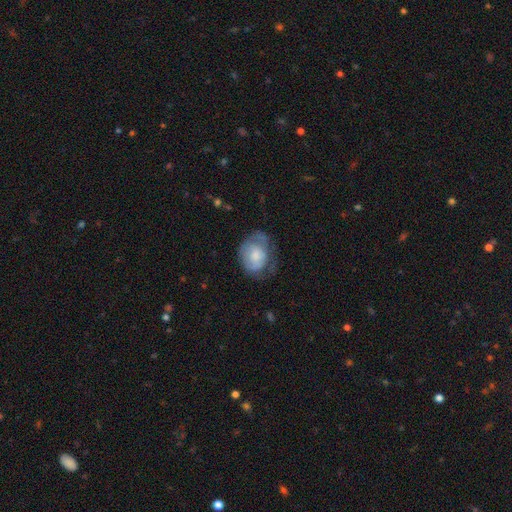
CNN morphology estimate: Overall: smooth (57%; featured or disk 36%). How rounded: in between (59%; round 40%). Merging: none (42%; minor disturbance 33%).